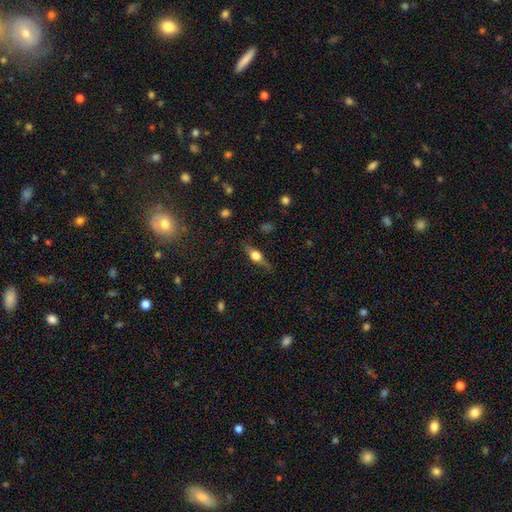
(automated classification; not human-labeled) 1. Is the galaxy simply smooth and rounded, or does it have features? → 46% featured or disk, 45% smooth, 9% star or artifact.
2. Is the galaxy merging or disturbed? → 71% none, 20% minor disturbance, 7% major disturbance, 2% merger.